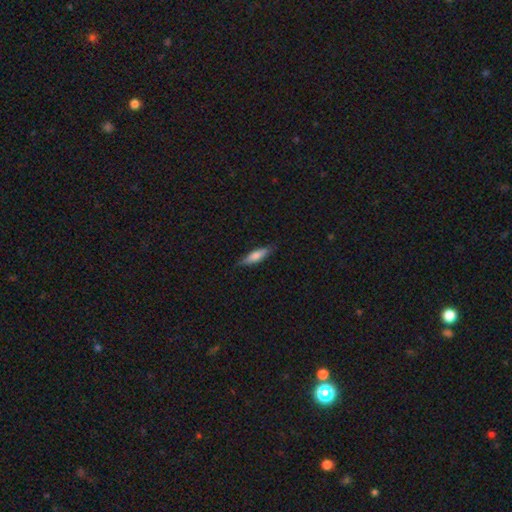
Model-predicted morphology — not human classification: type=smooth (73%); roundness=cigar-shaped (63%); merging=none (84%).